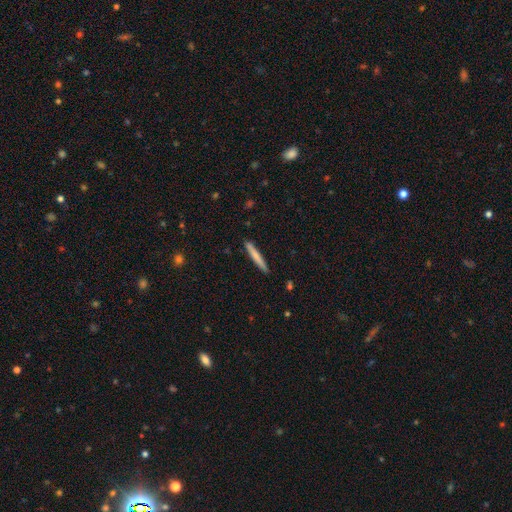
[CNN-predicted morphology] Smooth or featured? Predicted: smooth (p=0.73). How rounded? Predicted: cigar-shaped (p=0.96). Merging? Predicted: none (p=0.90).